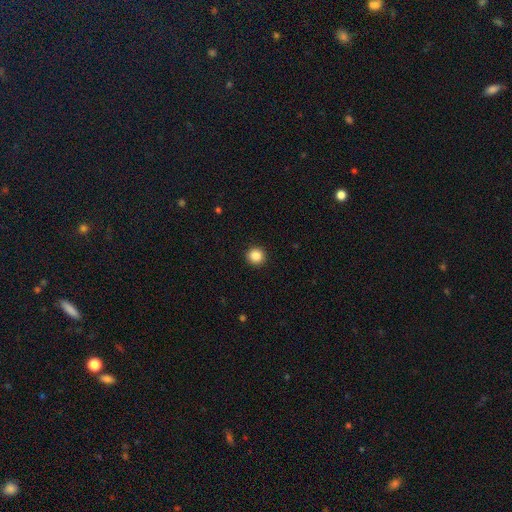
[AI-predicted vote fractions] This appears to be a smooth galaxy with no disk features (86%) that is round (94%). Merging: none (93%).